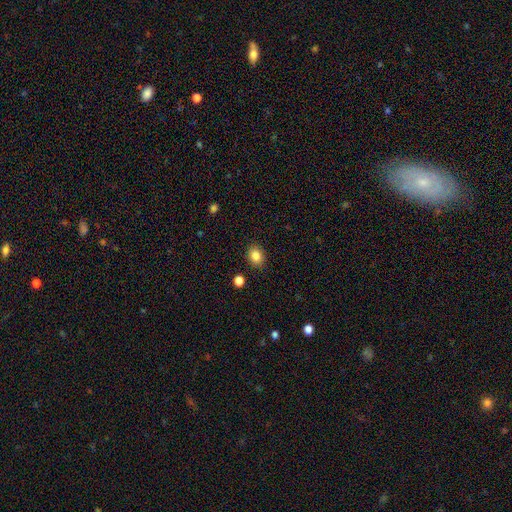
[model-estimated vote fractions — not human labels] A smooth galaxy with no disk features (84%) that is in between round and cigar-shaped (54%).

Vote fractions:
- Smooth or featured? smooth: 84% / star or artifact: 10% / featured or disk: 6%
- How rounded? in between: 54% / round: 45% / cigar-shaped: 1%
- Merging? none: 88% / minor disturbance: 8% / major disturbance: 2% / merger: 2%